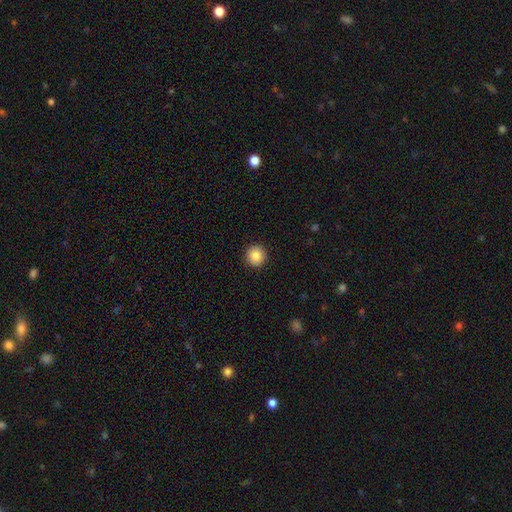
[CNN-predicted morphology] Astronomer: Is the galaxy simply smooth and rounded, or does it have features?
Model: smooth — 87%.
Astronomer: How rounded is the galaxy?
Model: round — 93%.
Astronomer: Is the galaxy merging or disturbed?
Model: none — 92%.